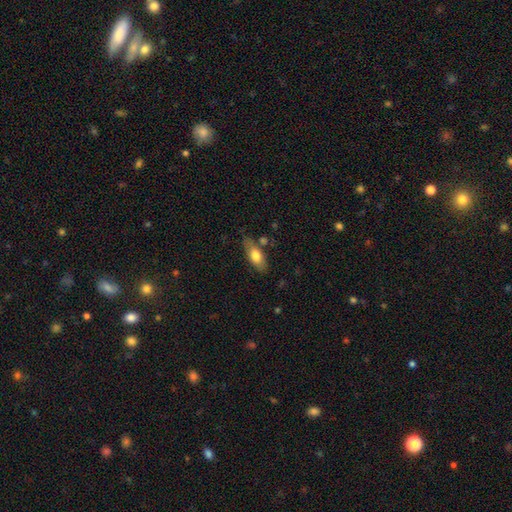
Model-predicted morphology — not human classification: smooth-or-featured: smooth: 72% | featured or disk: 22% | star or artifact: 6%
  how-rounded: in between: 80% | cigar-shaped: 16% | round: 3%
  merging: none: 69% | minor disturbance: 19% | merger: 7% | major disturbance: 5%